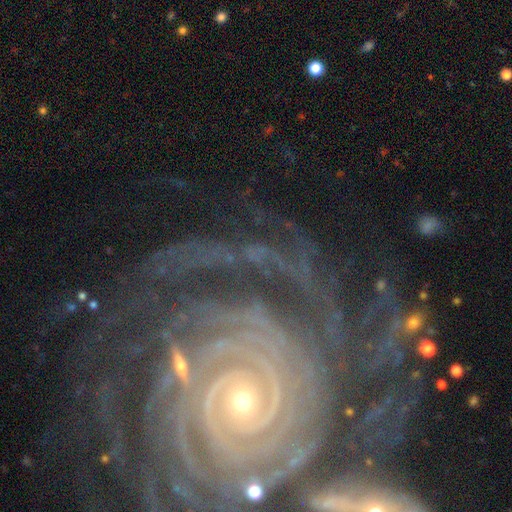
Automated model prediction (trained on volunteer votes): This appears to be a featured or disk galaxy (92%) with no bar (63%), more than 4 (27%) tight (89%) spiral arms (99%) and a small central bulge (78%). Merging: none (63%).